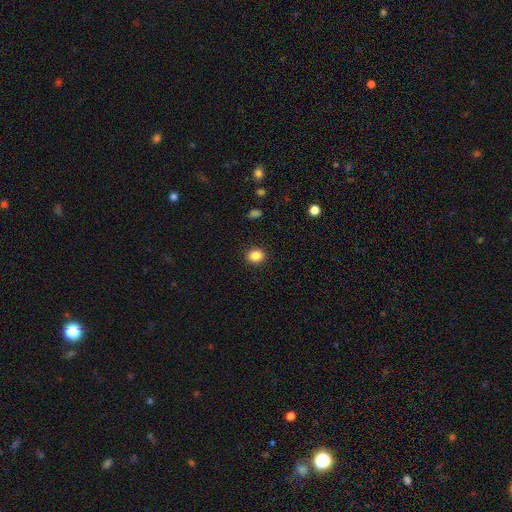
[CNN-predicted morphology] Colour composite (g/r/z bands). It shows a smooth galaxy with no disk features (86%) that is round (66%). Merging: none (91%).